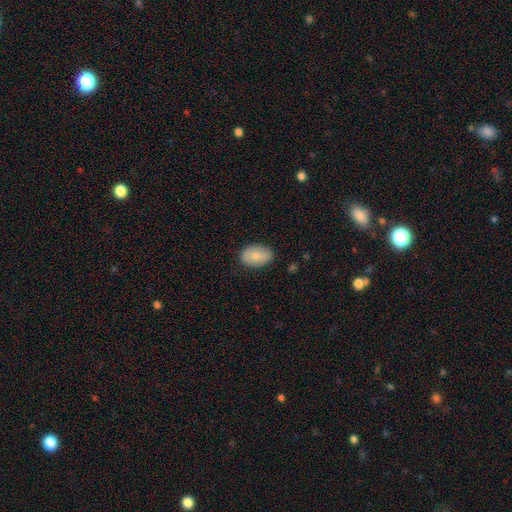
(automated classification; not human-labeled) Smooth or featured?
  - smooth: 77% *
  - featured or disk: 16%
  - star or artifact: 7%
How rounded?
  - in between: 85% *
  - round: 14%
  - cigar-shaped: 1%
Merging?
  - none: 83% *
  - minor disturbance: 13%
  - major disturbance: 3%
  - merger: 1%